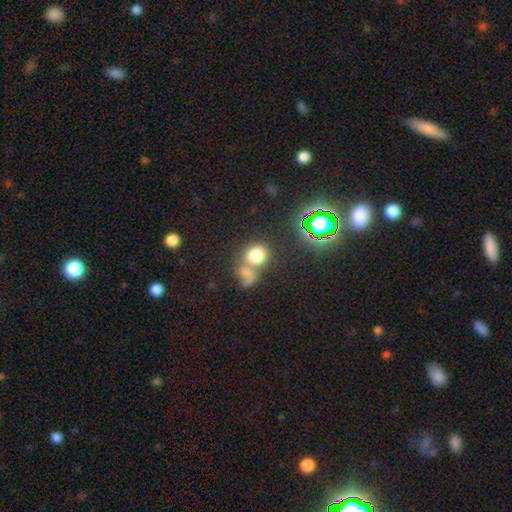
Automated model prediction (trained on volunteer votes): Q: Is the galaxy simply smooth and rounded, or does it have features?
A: smooth — 74%.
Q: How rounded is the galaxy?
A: round — 69%.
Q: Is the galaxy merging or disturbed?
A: merger — 45%.